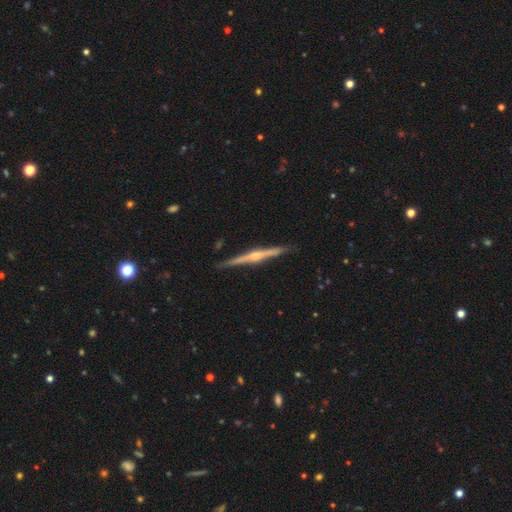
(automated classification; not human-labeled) Smooth or featured? featured or disk (83%)
Edge-on disk? yes (98%)
Edge-on bulge? rounded (87%)
Merging? none (90%)